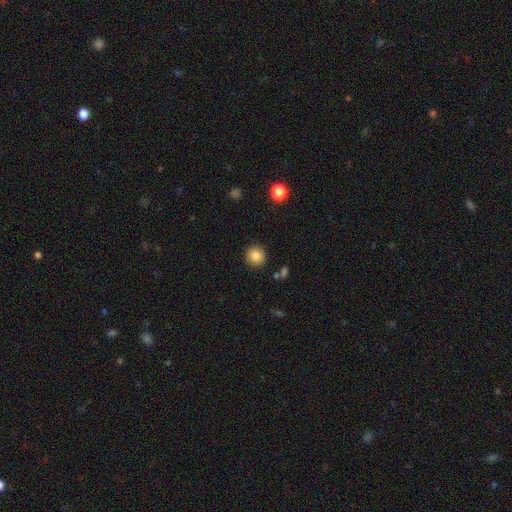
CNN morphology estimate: Q: Smooth or featured?
A: smooth (84%); runner-up: star or artifact (10%)
Q: How rounded?
A: round (93%); runner-up: in between (6%)
Q: Merging?
A: none (90%); runner-up: minor disturbance (6%)